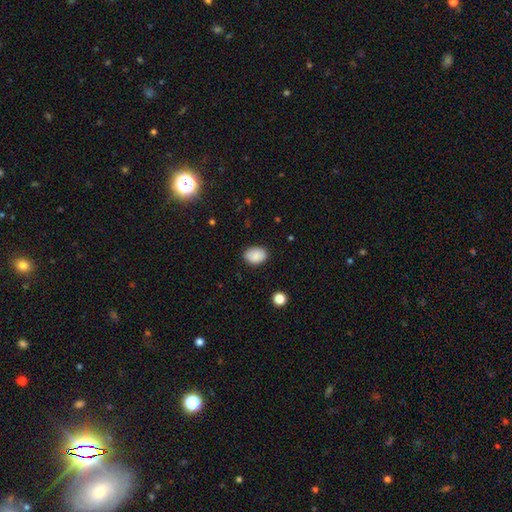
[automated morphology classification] Smooth or featured? Predicted: smooth (p=0.88). How rounded? Predicted: in between (p=0.76). Merging? Predicted: none (p=0.86).